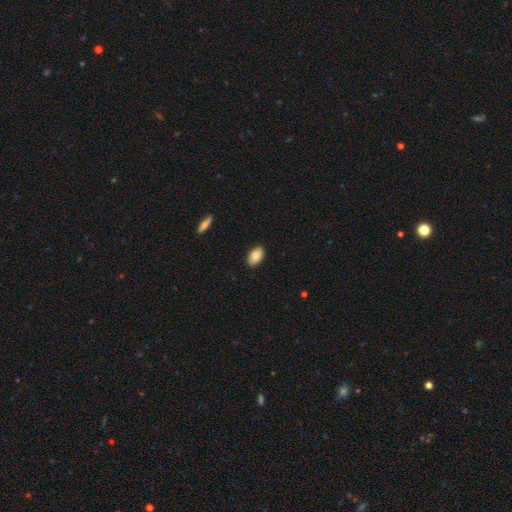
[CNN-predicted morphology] The model was most divided on "smooth or featured": smooth: 87%, star or artifact: 7%, featured or disk: 6%. More confident: how rounded — in between (94%); merging — none (89%).